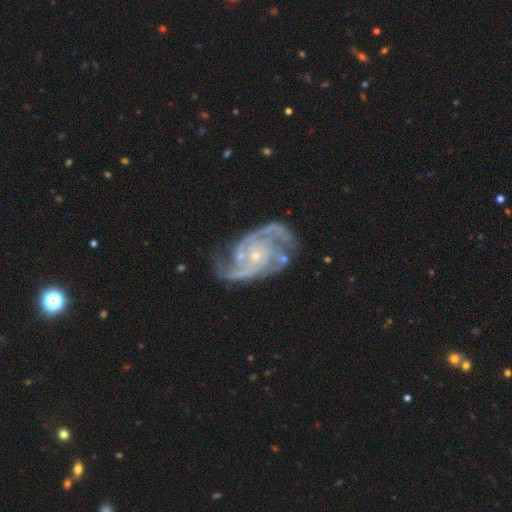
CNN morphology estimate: Overall: featured or disk (92%). Edge-on disk: no (98%). Bar: no (70%). Spiral arms: yes (98%). Spiral arm count: 2 (43%; 3 29%). Spiral winding: medium (52%; tight 35%). Bulge size: small (78%). Merging: none (65%).